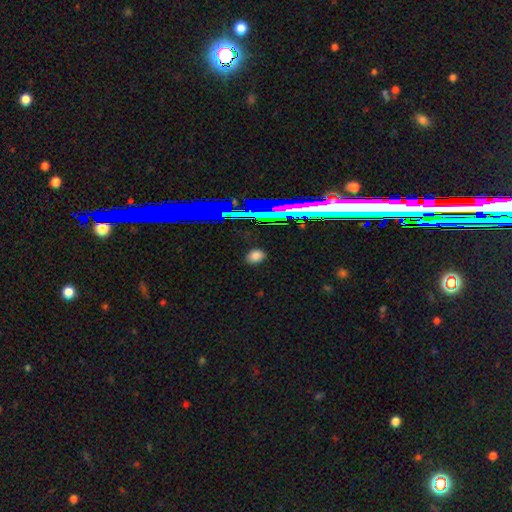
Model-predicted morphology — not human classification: Smooth or featured: smooth — 75% (star or artifact — 17%)
How rounded: in between — 57% (round — 41%)
Merging: none — 86% (minor disturbance — 10%)